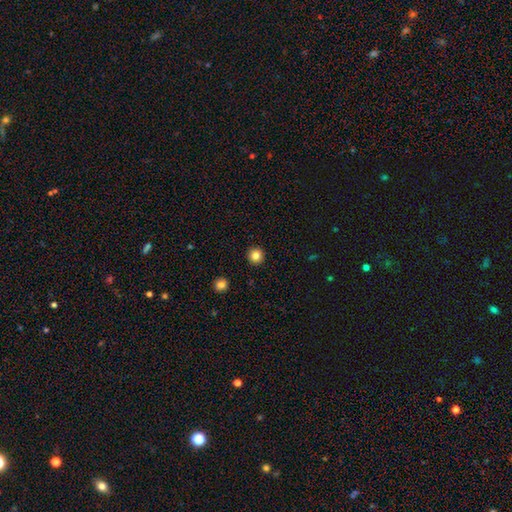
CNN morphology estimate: Q: Smooth or featured?
A: smooth (83%); runner-up: star or artifact (12%)
Q: How rounded?
A: round (95%); runner-up: in between (4%)
Q: Merging?
A: none (93%); runner-up: minor disturbance (4%)